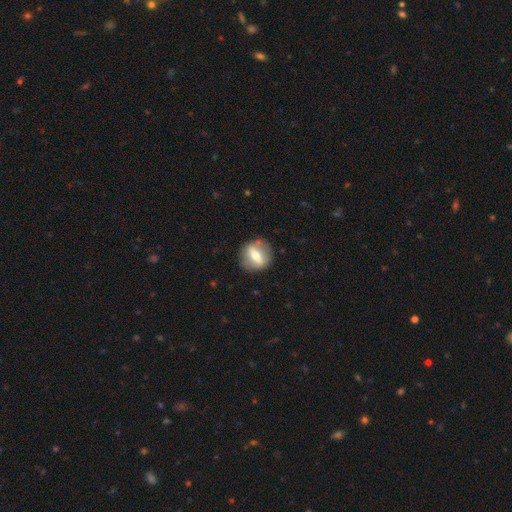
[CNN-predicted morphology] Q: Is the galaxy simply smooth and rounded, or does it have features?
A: featured or disk — 51%.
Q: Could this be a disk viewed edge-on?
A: no — 70%.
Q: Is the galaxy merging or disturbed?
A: none — 85%.